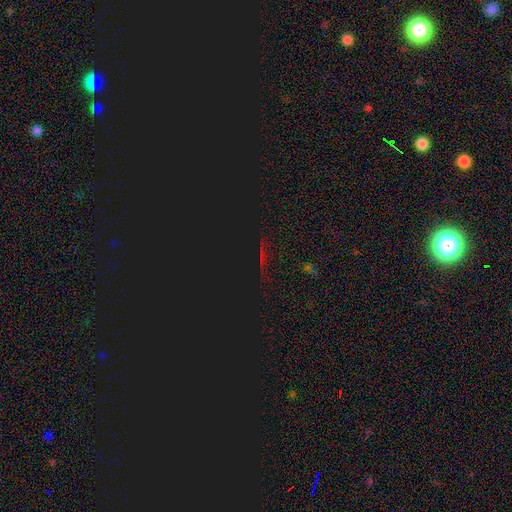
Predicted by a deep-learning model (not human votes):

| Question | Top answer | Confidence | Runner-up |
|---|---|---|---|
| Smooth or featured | star or artifact | 83% | smooth (9%) |